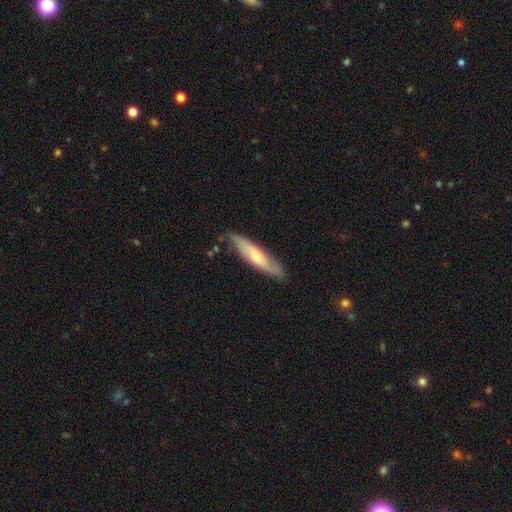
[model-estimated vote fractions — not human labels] Smooth or featured? Predicted: smooth (p=0.50). Merging? Predicted: none (p=0.79).